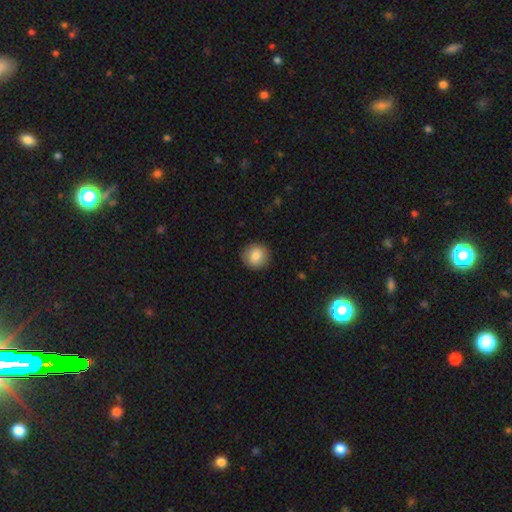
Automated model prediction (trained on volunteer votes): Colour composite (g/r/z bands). It shows a smooth galaxy with no disk features (83%) that is round (91%). Merging: none (90%).